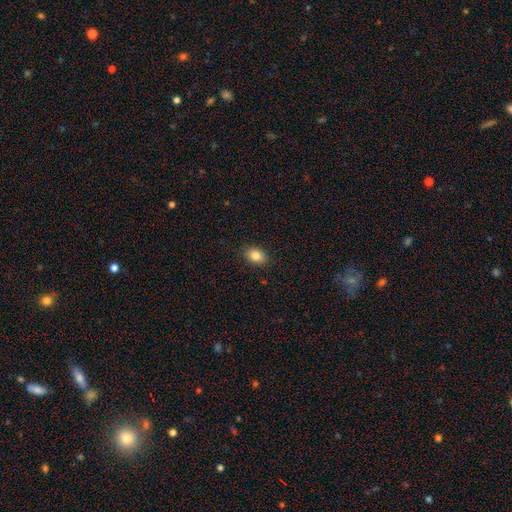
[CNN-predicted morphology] smooth 84%, star or artifact 9%, featured or disk 7%. Down the decision tree: how rounded — in between (76%); merging — none (89%).